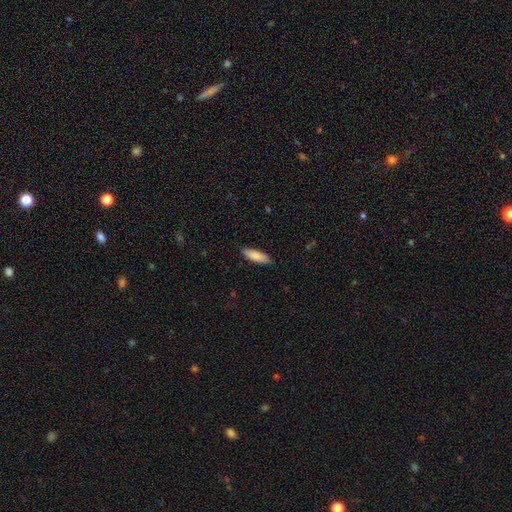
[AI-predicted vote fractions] smooth_or_featured: smooth (p=0.87) [alt: featured or disk p=0.08]
how_rounded: in between (p=0.51) [alt: cigar-shaped p=0.47]
merging: none (p=0.88) [alt: minor disturbance p=0.09]